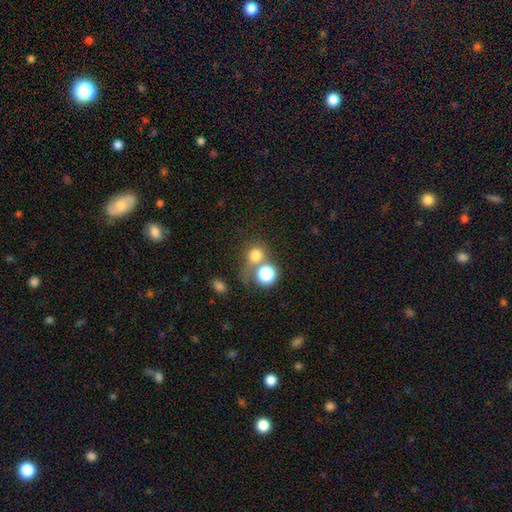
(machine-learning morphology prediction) Q: Smooth or featured?
A: smooth (74%); runner-up: star or artifact (17%)
Q: How rounded?
A: round (83%); runner-up: in between (15%)
Q: Merging?
A: none (51%); runner-up: merger (32%)